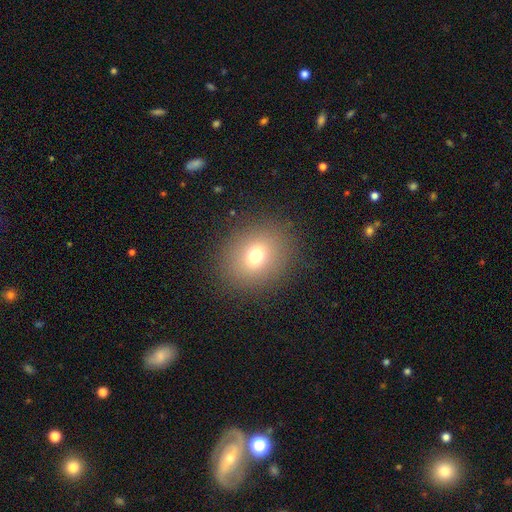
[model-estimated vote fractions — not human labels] This is likely a smooth galaxy (72%). How rounded: likely round (66%). Merging: clearly none (87%).